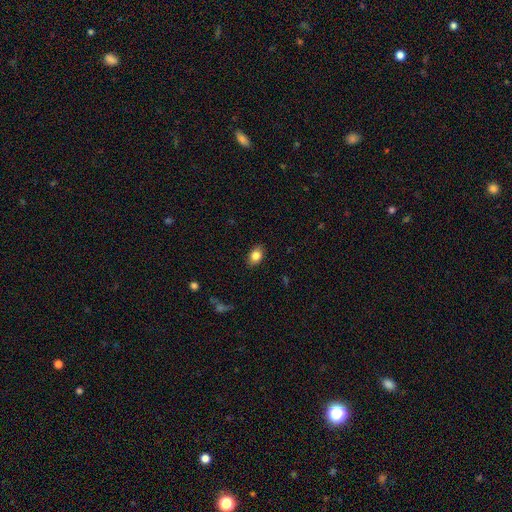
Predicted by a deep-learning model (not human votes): Smooth or featured: smooth — 83% (star or artifact — 9%)
How rounded: in between — 78% (round — 21%)
Merging: none — 87% (minor disturbance — 10%)